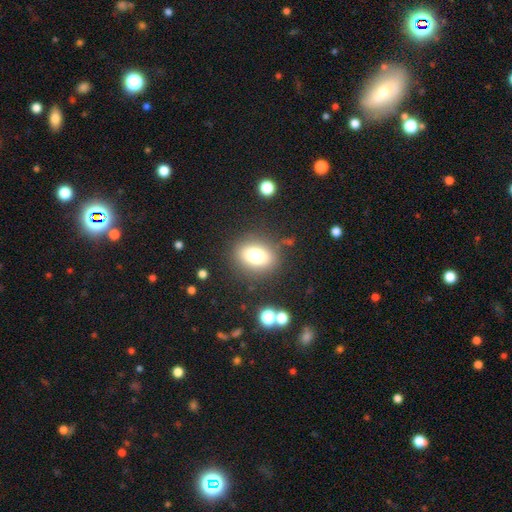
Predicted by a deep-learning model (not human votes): This appears to be a smooth galaxy with no disk features (75%) that is in between round and cigar-shaped (61%). Merging: none (82%).